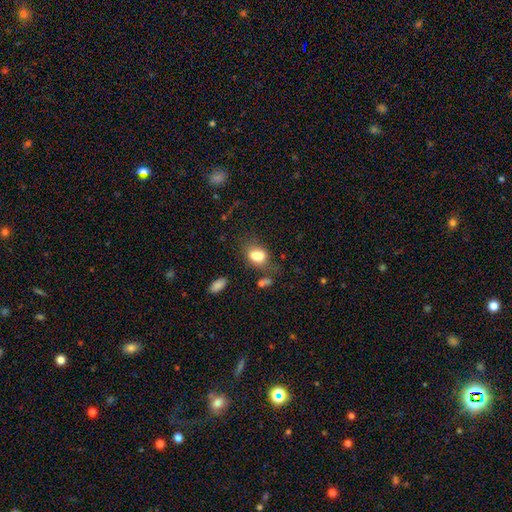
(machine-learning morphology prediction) smooth-or-featured: smooth: 75% | featured or disk: 14% | star or artifact: 11%
  how-rounded: in between: 75% | round: 23% | cigar-shaped: 2%
  merging: none: 46% | merger: 22% | minor disturbance: 22% | major disturbance: 11%